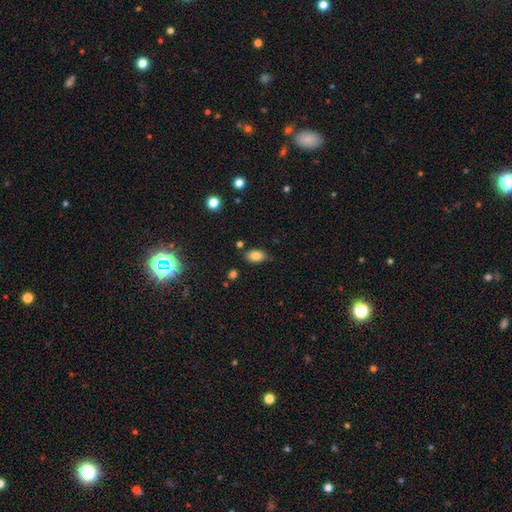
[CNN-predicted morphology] The model was most divided on "merging": none: 81%, minor disturbance: 13%, merger: 3%, major disturbance: 3%. More confident: how rounded — in between (88%); smooth or featured — smooth (83%).